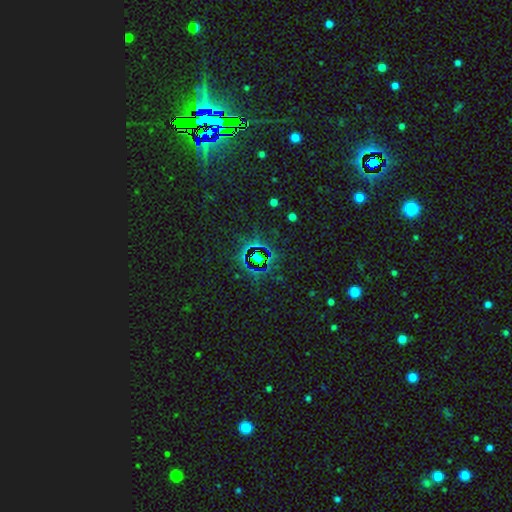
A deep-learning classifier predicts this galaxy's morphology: Q: Smooth or featured?
A: star or artifact (79%); runner-up: smooth (12%)